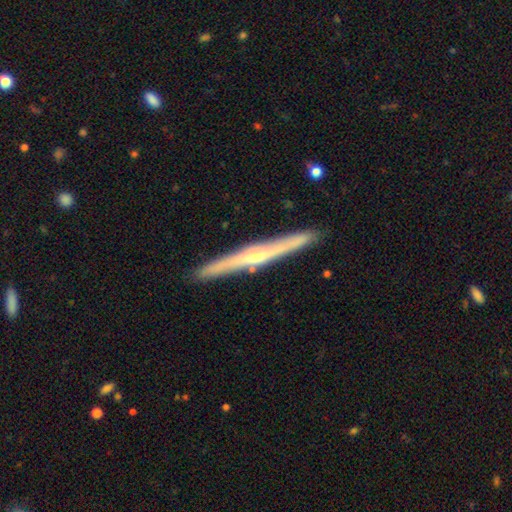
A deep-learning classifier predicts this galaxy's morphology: featured or disk 71%, smooth 23%, star or artifact 5%. Down the decision tree: edge-on disk — yes (97%); edge-on bulge — rounded (64%); merging — none (91%).